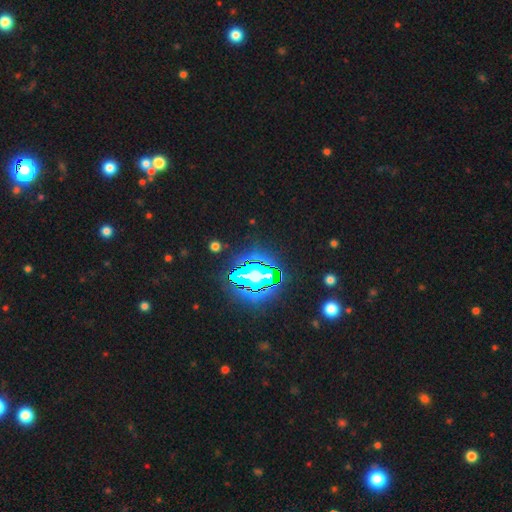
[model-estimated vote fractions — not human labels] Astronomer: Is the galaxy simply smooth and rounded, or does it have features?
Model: star or artifact — 85%.